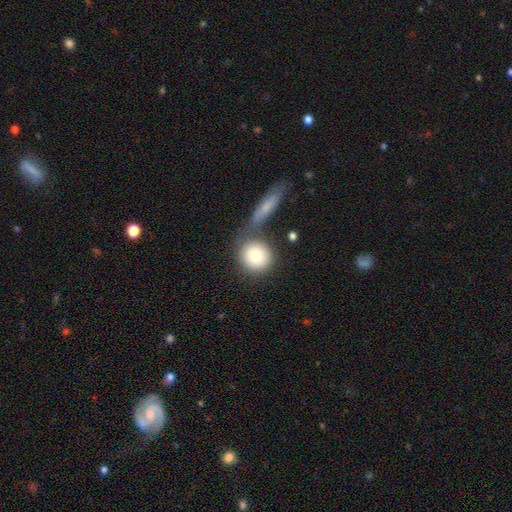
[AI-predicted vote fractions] This appears to be a smooth galaxy with no disk features (82%) that is round (88%). Merging: none (63%).